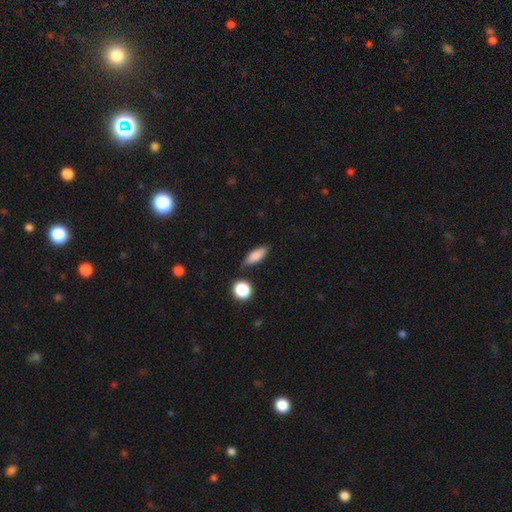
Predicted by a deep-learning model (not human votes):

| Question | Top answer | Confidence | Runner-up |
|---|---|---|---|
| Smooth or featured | smooth | 82% | featured or disk (10%) |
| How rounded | in between | 72% | cigar-shaped (23%) |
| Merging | none | 79% | minor disturbance (14%) |